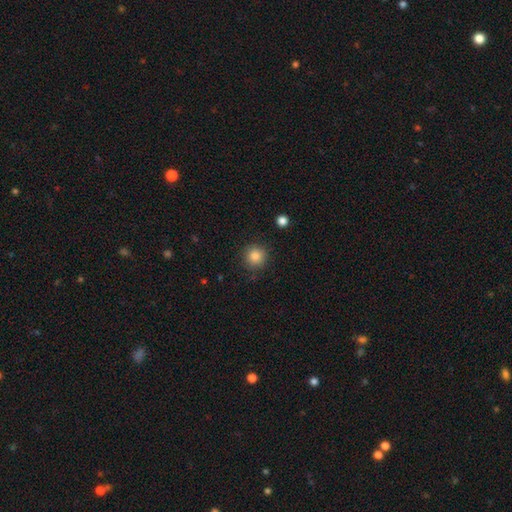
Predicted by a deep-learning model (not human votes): A smooth galaxy with no disk features (84%) that is round (94%). Merging: none (88%).